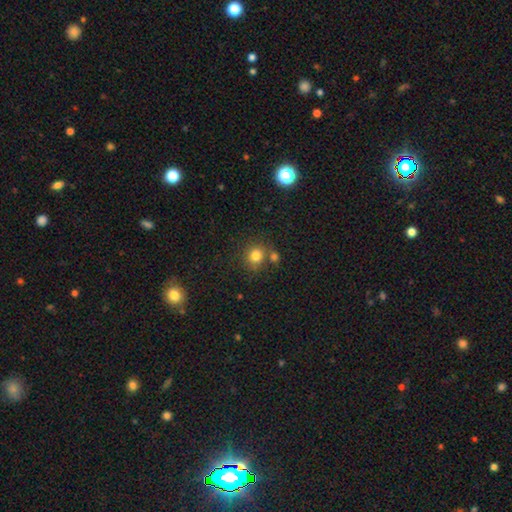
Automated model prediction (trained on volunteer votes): Overall: smooth (80%). How rounded: round (84%). Merging: none (66%).